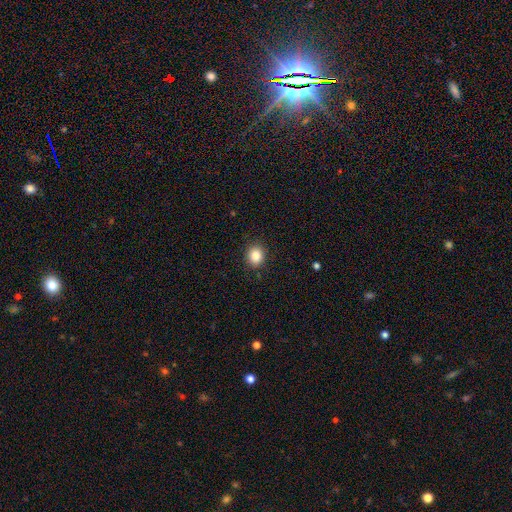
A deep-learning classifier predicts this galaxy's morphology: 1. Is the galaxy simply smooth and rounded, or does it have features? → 86% smooth, 9% star or artifact, 4% featured or disk.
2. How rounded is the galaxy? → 73% round, 26% in between, 1% cigar-shaped.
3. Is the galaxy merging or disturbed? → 89% none, 7% minor disturbance, 2% major disturbance, 1% merger.